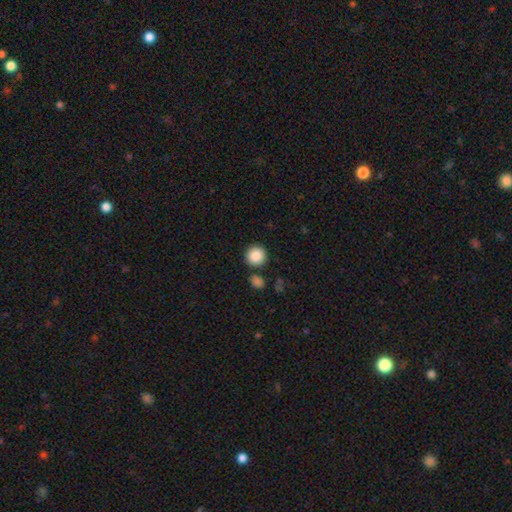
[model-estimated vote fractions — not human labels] smooth-or-featured: smooth: 87% | star or artifact: 8% | featured or disk: 4%
  how-rounded: round: 94% | in between: 5% | cigar-shaped: 1%
  merging: none: 85% | minor disturbance: 7% | merger: 6% | major disturbance: 2%